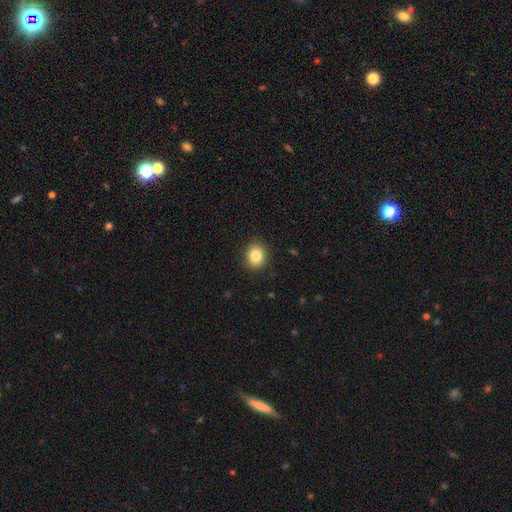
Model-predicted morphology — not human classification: The model was most divided on "how rounded": round: 65%, in between: 34%, cigar-shaped: 1%. More confident: merging — none (89%); smooth or featured — smooth (84%).